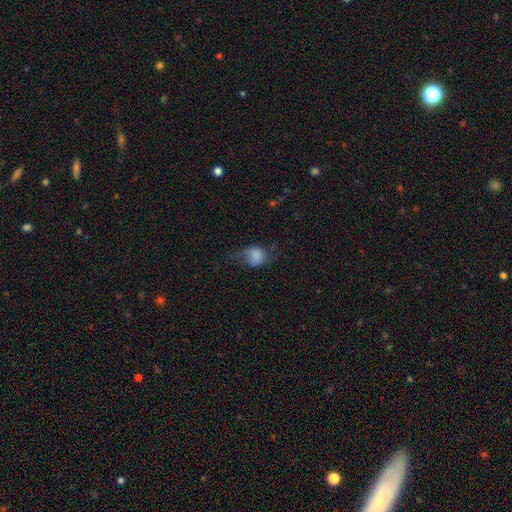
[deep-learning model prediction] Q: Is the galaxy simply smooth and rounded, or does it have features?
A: smooth — 67%.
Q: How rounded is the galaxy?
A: in between — 50%.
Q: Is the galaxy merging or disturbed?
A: major disturbance — 35%.